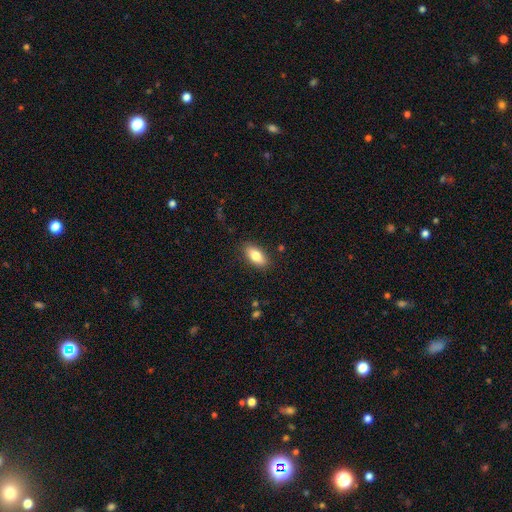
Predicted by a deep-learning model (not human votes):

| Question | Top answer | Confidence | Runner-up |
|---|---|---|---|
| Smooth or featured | smooth | 82% | featured or disk (11%) |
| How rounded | in between | 88% | cigar-shaped (9%) |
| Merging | none | 86% | minor disturbance (10%) |